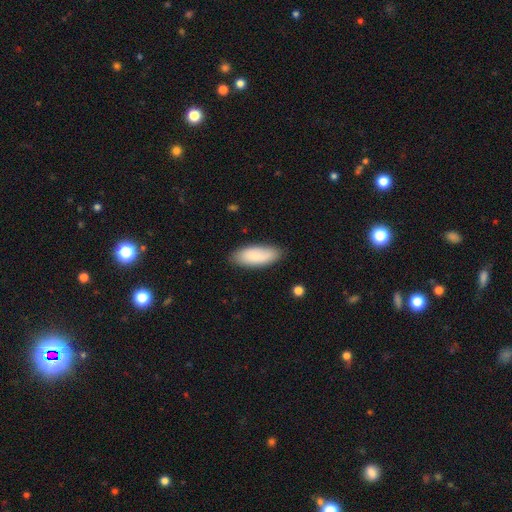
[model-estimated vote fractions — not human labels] A smooth galaxy with no disk features (81%) that is in between round and cigar-shaped (81%). Merging: none (83%).